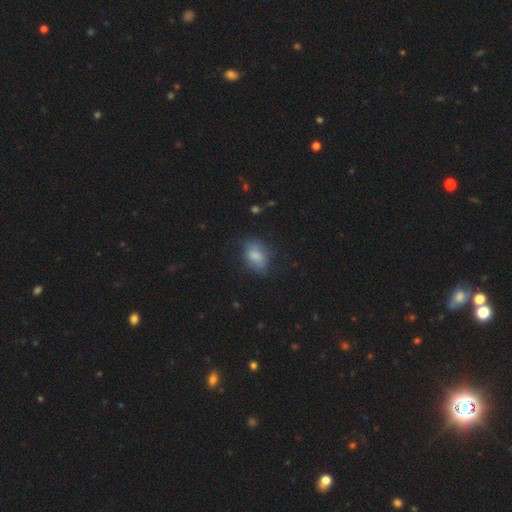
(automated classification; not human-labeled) This appears to be a smooth galaxy with no disk features (77%) that is in between round and cigar-shaped (83%). Merging: none (60%).